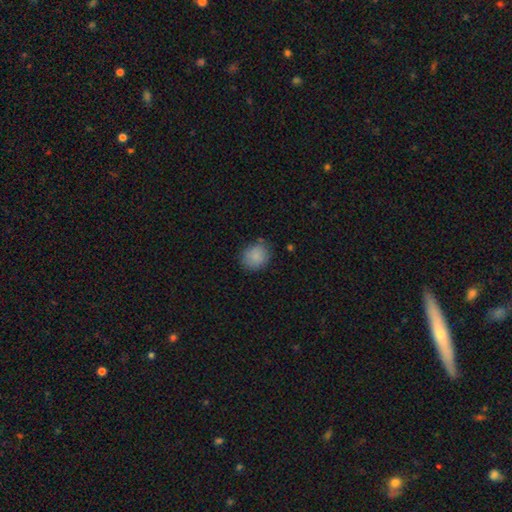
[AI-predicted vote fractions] This is clearly a smooth galaxy (86%). How rounded: likely round (72%). Merging: likely none (80%).